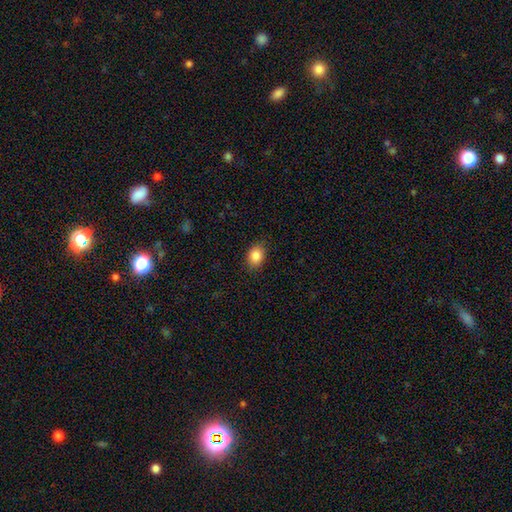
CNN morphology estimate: Smooth or featured: smooth — 86% (star or artifact — 9%)
How rounded: in between — 67% (round — 32%)
Merging: none — 86% (minor disturbance — 10%)